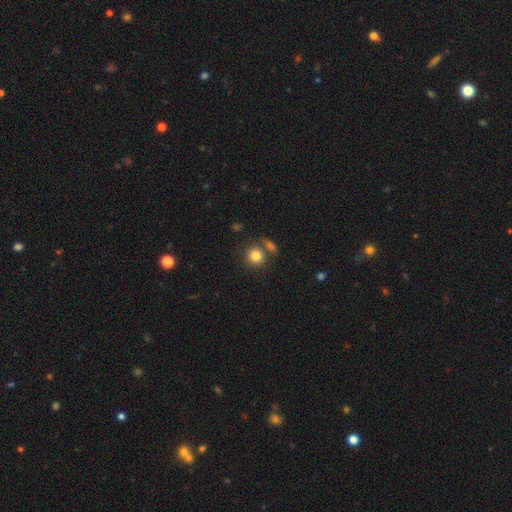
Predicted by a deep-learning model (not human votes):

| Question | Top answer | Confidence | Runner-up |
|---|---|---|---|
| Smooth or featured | smooth | 82% | star or artifact (10%) |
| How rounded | round | 86% | in between (12%) |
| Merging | none | 68% | merger (18%) |